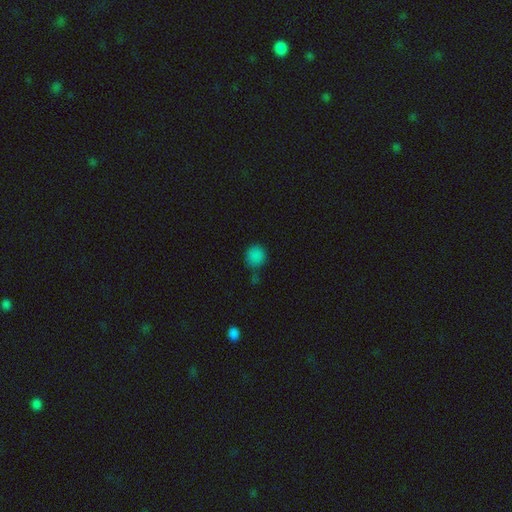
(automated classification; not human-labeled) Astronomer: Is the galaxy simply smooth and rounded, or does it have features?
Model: smooth — 83%.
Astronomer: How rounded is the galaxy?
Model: round — 89%.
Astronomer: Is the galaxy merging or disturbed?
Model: none — 72%.